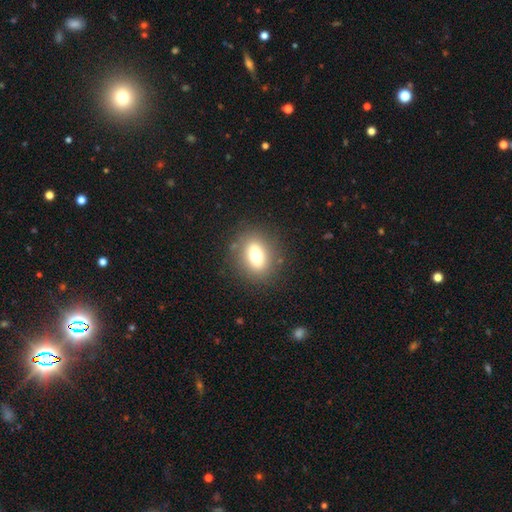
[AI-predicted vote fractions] Overall: smooth (70%). How rounded: in between (68%; round 28%). Merging: none (85%).